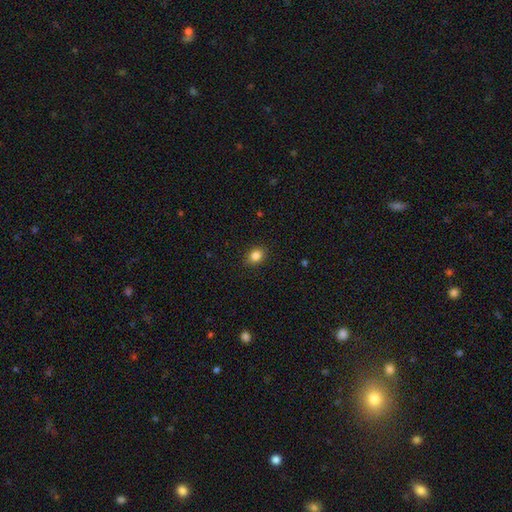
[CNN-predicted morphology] A smooth galaxy with no disk features (85%) that is in between round and cigar-shaped (51%).

Vote fractions:
- Smooth or featured? smooth: 85% / star or artifact: 10% / featured or disk: 5%
- How rounded? in between: 51% / round: 48% / cigar-shaped: 1%
- Merging? none: 89% / minor disturbance: 8% / major disturbance: 2% / merger: 1%